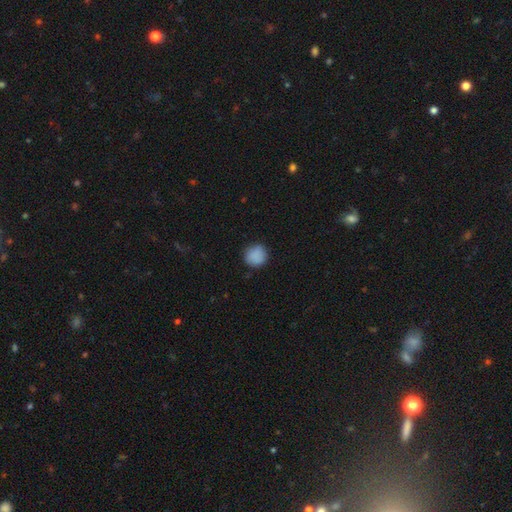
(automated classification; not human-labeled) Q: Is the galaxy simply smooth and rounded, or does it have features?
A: smooth — 88%.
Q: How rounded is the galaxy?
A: round — 89%.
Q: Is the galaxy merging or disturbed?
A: none — 84%.